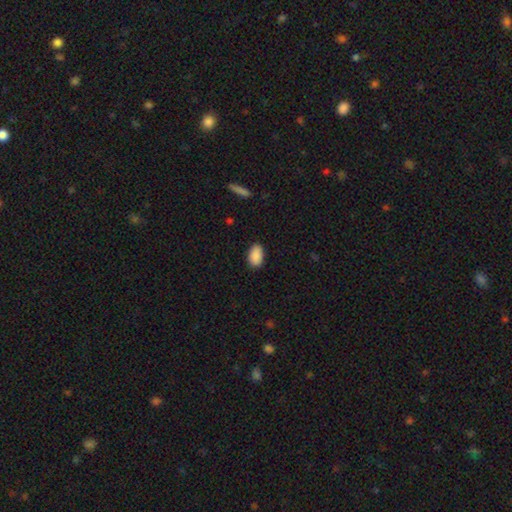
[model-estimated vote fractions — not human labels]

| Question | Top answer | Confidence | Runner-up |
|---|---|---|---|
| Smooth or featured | smooth | 90% | star or artifact (7%) |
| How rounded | in between | 92% | round (7%) |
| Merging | none | 86% | minor disturbance (11%) |